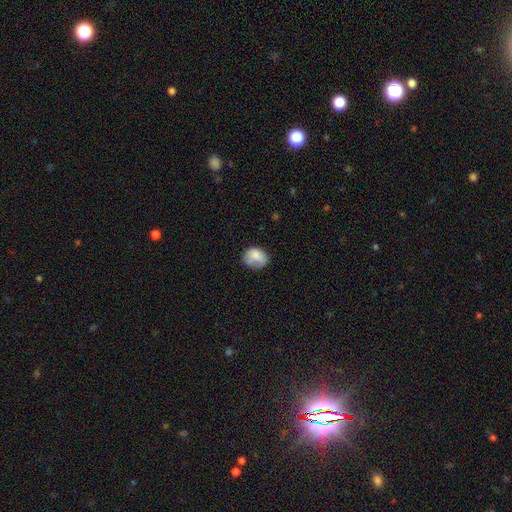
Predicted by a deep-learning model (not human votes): This appears to be a smooth galaxy with no disk features (82%) that is in between round and cigar-shaped (50%). Merging: none (59%).